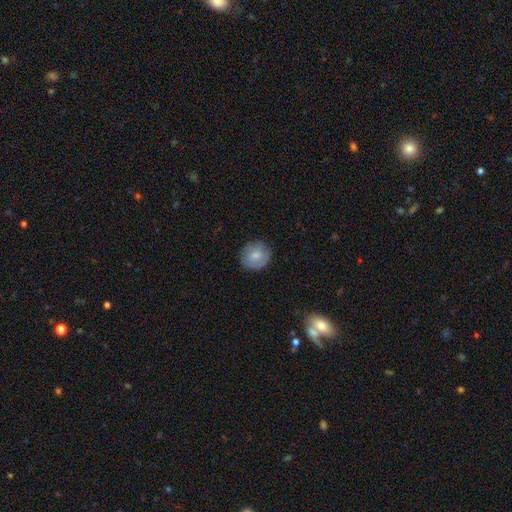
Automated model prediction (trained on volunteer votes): smooth 72%, featured or disk 21%, star or artifact 7%. Down the decision tree: how rounded — round (84%); merging — none (82%).